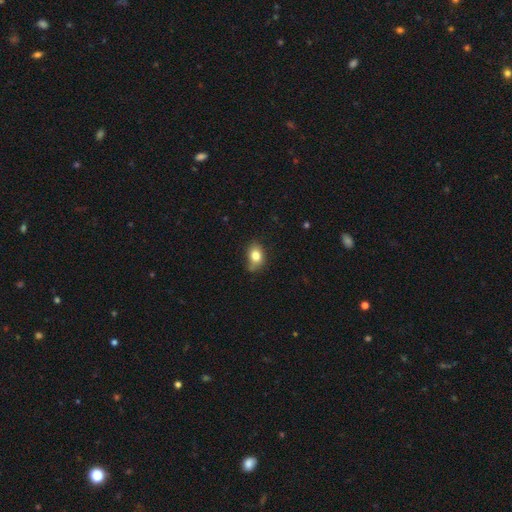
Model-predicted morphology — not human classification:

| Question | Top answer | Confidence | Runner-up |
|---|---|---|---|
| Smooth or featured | smooth | 80% | featured or disk (10%) |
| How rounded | in between | 69% | round (30%) |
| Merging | none | 61% | minor disturbance (30%) |